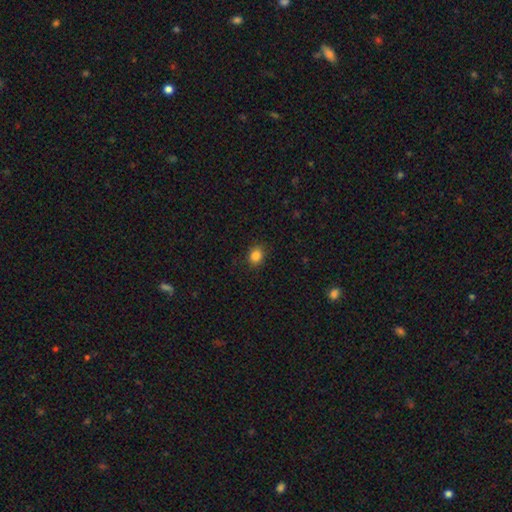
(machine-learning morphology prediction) Smooth or featured? Predicted: smooth (p=0.85). How rounded? Predicted: round (p=0.61). Merging? Predicted: none (p=0.87).